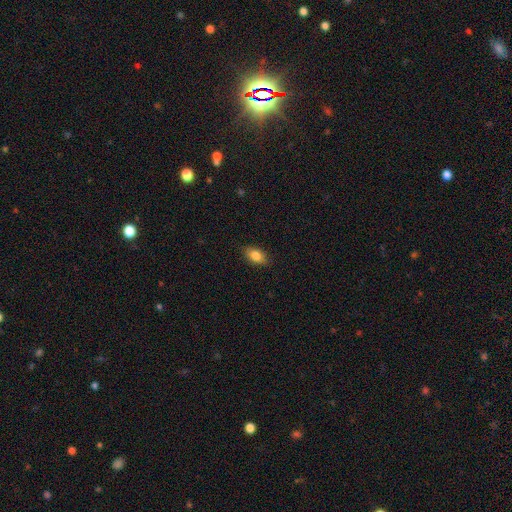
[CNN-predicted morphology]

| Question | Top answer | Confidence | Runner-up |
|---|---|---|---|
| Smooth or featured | smooth | 83% | featured or disk (9%) |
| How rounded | in between | 87% | round (9%) |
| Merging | none | 87% | minor disturbance (10%) |